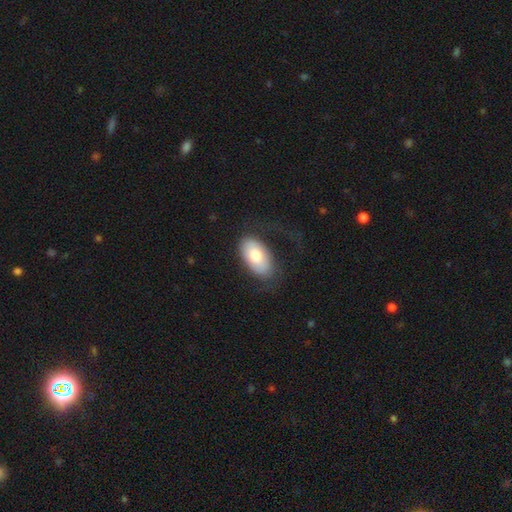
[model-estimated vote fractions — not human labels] The model was most divided on "merging": none: 62%, minor disturbance: 19%, major disturbance: 18%, merger: 1%. More confident: how rounded — in between (94%); smooth or featured — smooth (71%).